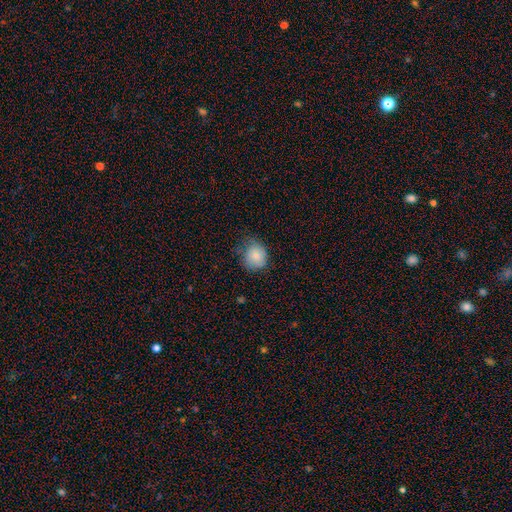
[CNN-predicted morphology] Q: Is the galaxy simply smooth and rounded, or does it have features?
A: smooth — 80%.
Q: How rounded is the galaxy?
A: round — 70%.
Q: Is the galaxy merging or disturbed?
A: none — 51%.